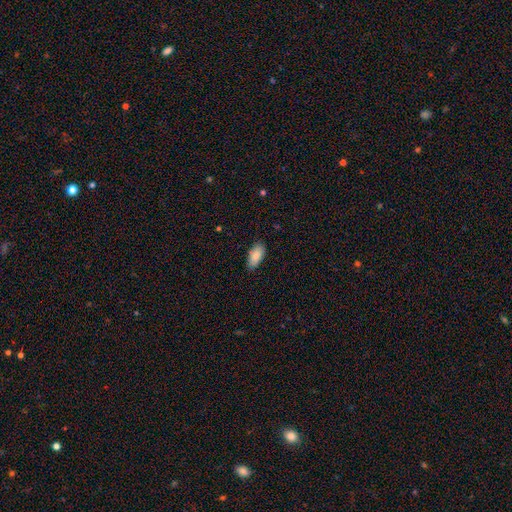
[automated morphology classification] Smooth or featured: smooth — 85% (featured or disk — 9%)
How rounded: in between — 92% (cigar-shaped — 6%)
Merging: none — 83% (minor disturbance — 14%)